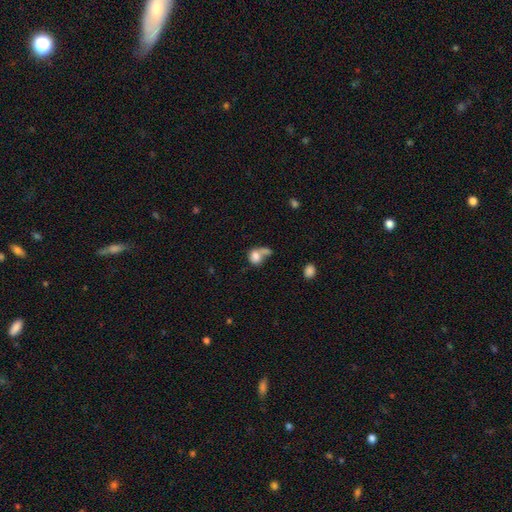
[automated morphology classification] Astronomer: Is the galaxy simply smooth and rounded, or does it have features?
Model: smooth — 77%.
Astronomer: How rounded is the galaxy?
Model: round — 52% (runner-up: in between, 46%).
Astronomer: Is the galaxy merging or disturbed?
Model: merger — 50%.